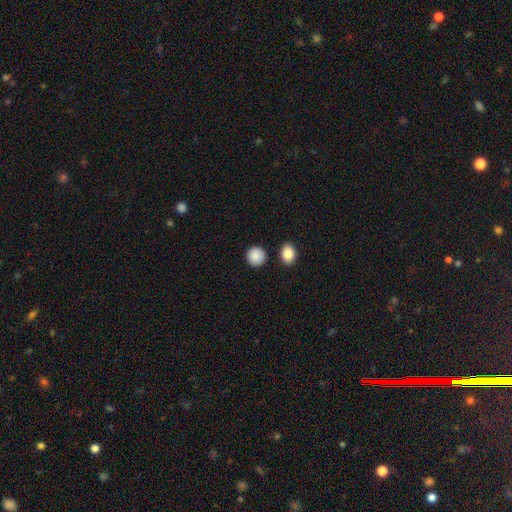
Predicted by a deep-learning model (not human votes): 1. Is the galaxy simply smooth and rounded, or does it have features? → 89% smooth, 8% star or artifact, 3% featured or disk.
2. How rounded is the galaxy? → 90% round, 9% in between, 1% cigar-shaped.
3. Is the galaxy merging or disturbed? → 87% none, 7% minor disturbance, 4% merger, 2% major disturbance.